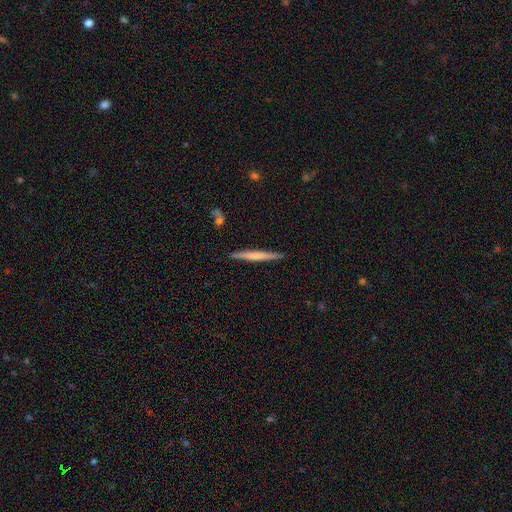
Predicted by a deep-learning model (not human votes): smooth_or_featured: smooth (p=0.54) [alt: featured or disk p=0.40]
how_rounded: cigar-shaped (p=0.96) [alt: in between p=0.02]
merging: none (p=0.90) [alt: minor disturbance p=0.07]